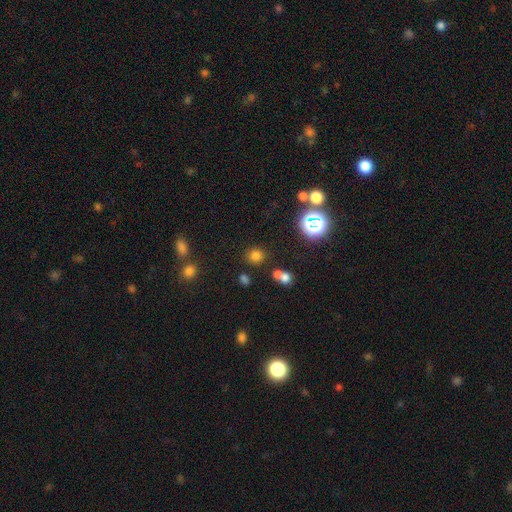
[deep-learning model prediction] This appears to be a smooth galaxy with no disk features (70%) that is round (83%). Merging: none (75%).